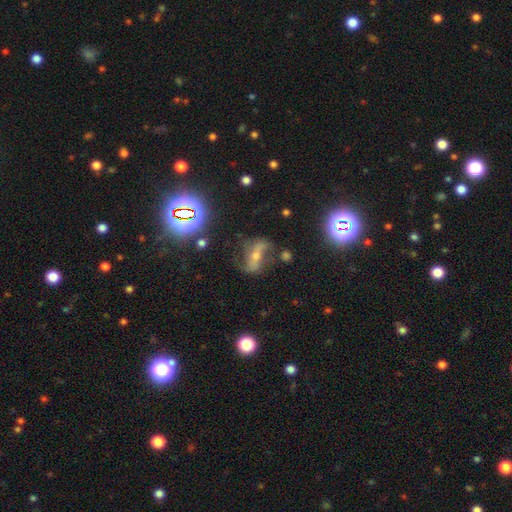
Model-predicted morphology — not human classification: A featured or disk galaxy (68%) with a strong bar (39%), 2 (87%) loose (73%) spiral arms (87%) and a moderate central bulge (46%).

Vote fractions:
- Smooth or featured? featured or disk: 68% / star or artifact: 17% / smooth: 15%
- Edge-on disk? no: 89% / yes: 11%
- Bar? strong: 39% / no: 33% / weak: 28%
- Spiral arms? yes: 87% / no: 13%
- Spiral winding? loose: 73% / medium: 21% / tight: 7%
- Spiral arm count? 2: 87% / can't tell: 6% / 1: 4% / 3: 2% / 4: 1% / more than 4: 1%
- Bulge size? moderate: 46% / small: 44% / none: 5% / large: 4% / dominant: 2%
- Merging? none: 58% / minor disturbance: 20% / major disturbance: 17% / merger: 6%